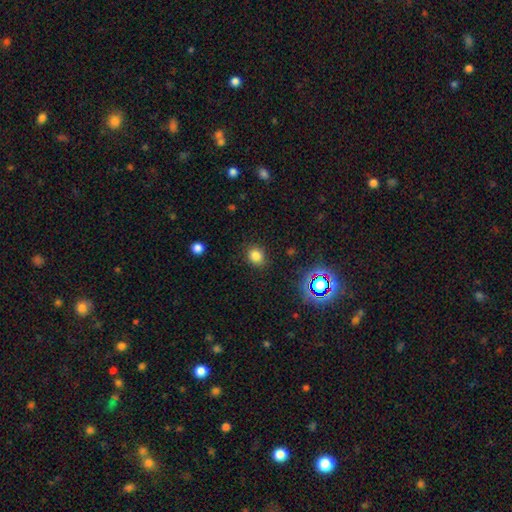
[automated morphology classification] Smooth or featured? Predicted: smooth (p=0.80). How rounded? Predicted: round (p=0.74). Merging? Predicted: none (p=0.87).